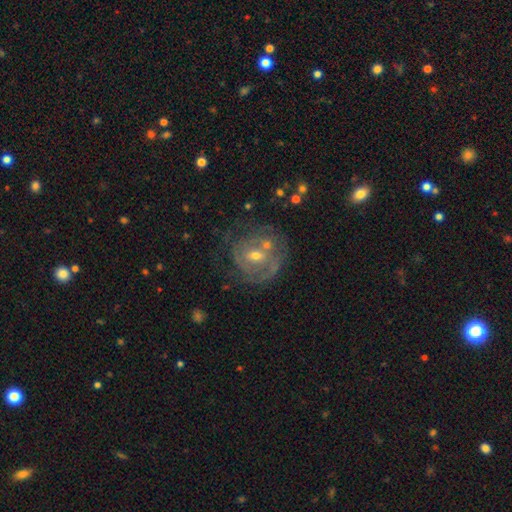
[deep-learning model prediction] The model was most divided on "bulge size" (2-way tie): moderate: 48%, small: 48%, large: 2%, none: 1%, dominant: 1%. Remaining: edge-on disk — no (97%); smooth or featured — featured or disk (73%); spiral arms — yes (72%); spiral winding — tight (61%); merging — none (50%); bar — no (48%); spiral arm count — can't tell (47%).